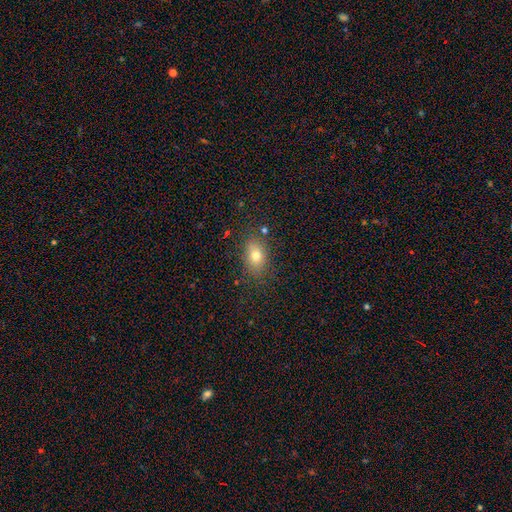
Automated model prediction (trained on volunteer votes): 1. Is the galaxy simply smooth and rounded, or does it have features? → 74% smooth, 13% featured or disk, 12% star or artifact.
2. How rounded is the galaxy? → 78% in between, 19% round, 3% cigar-shaped.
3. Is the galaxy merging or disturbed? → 80% none, 13% minor disturbance, 4% major disturbance, 3% merger.